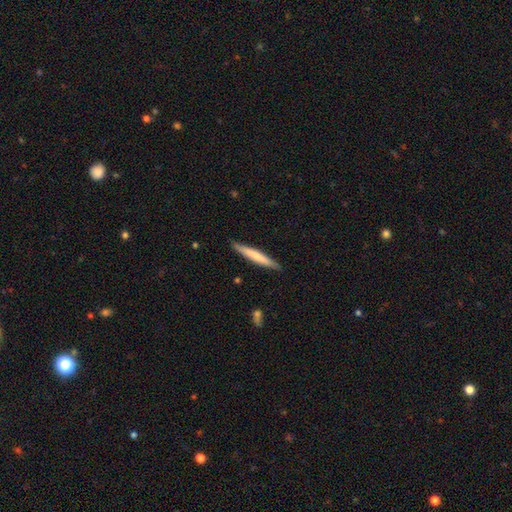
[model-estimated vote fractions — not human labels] A smooth galaxy with no disk features (63%) that is cigar-shaped (95%). Merging: none (89%).